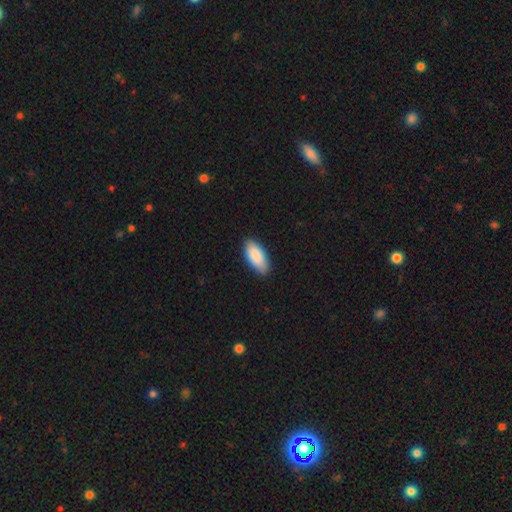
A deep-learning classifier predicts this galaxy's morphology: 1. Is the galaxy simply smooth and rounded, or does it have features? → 89% smooth, 6% featured or disk, 5% star or artifact.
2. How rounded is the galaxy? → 90% in between, 9% cigar-shaped, 2% round.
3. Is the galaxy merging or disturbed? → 87% none, 10% minor disturbance, 2% major disturbance, 1% merger.